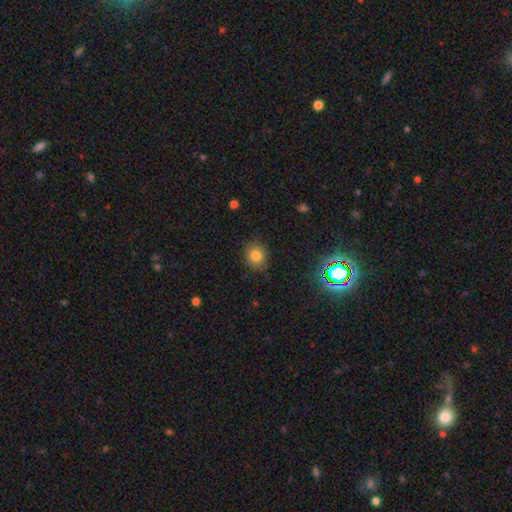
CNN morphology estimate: A smooth galaxy with no disk features (80%) that is round (75%).

Vote fractions:
- Smooth or featured? smooth: 80% / star or artifact: 13% / featured or disk: 7%
- How rounded? round: 75% / in between: 24% / cigar-shaped: 1%
- Merging? none: 84% / minor disturbance: 12% / major disturbance: 3% / merger: 1%